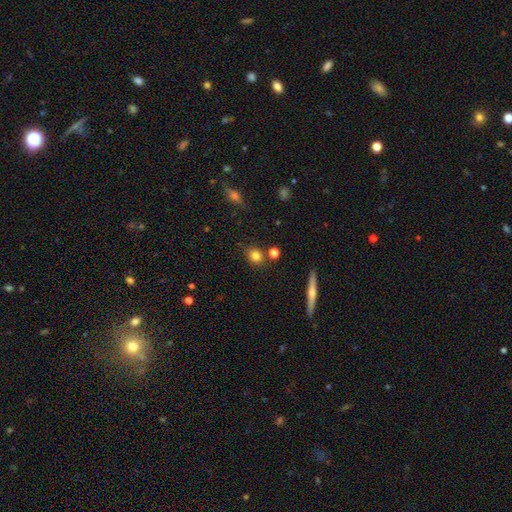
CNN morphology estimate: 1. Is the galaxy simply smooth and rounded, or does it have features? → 80% smooth, 11% star or artifact, 9% featured or disk.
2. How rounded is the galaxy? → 72% round, 26% in between, 2% cigar-shaped.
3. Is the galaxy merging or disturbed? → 79% none, 10% minor disturbance, 8% merger, 3% major disturbance.